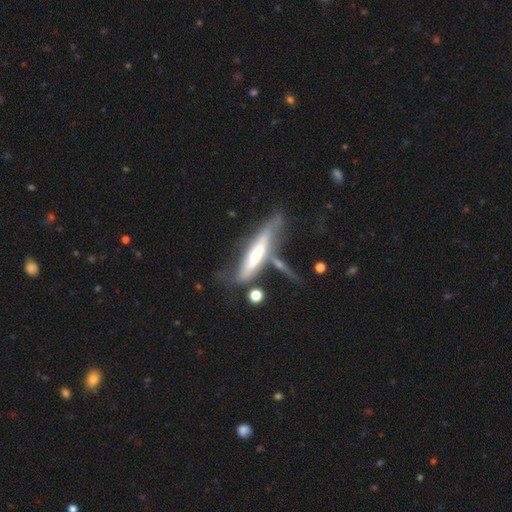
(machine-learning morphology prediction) Overall: featured or disk (59%; smooth 35%). Edge-on disk: yes (76%). Merging: none (34%; minor disturbance 25%).